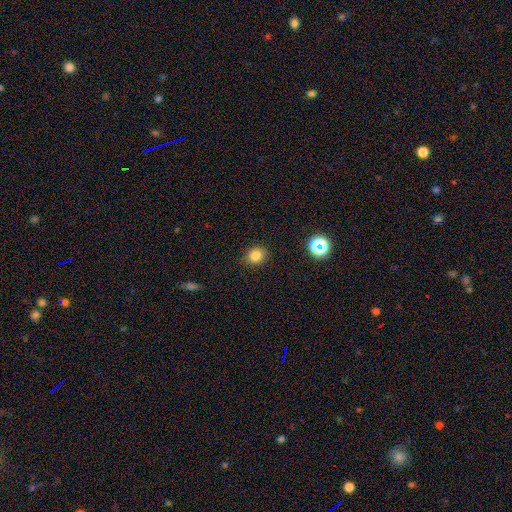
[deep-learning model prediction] This is clearly a smooth galaxy (81%). How rounded: likely round (74%). Merging: clearly none (85%).